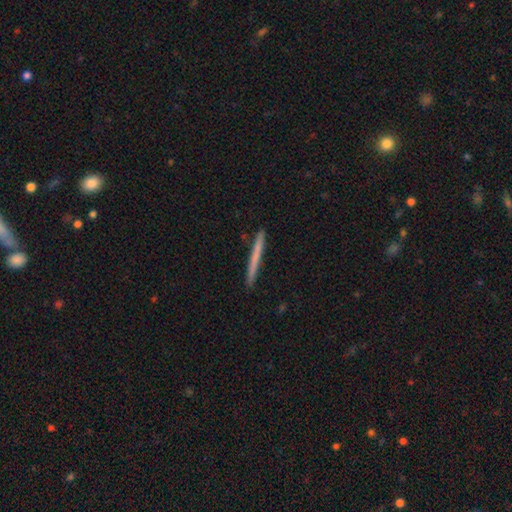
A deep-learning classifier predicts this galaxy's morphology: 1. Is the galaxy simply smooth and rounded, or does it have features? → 61% smooth, 34% featured or disk, 6% star or artifact.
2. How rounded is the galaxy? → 97% cigar-shaped, 1% in between, 1% round.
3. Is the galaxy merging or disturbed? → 92% none, 6% minor disturbance, 1% merger, 1% major disturbance.